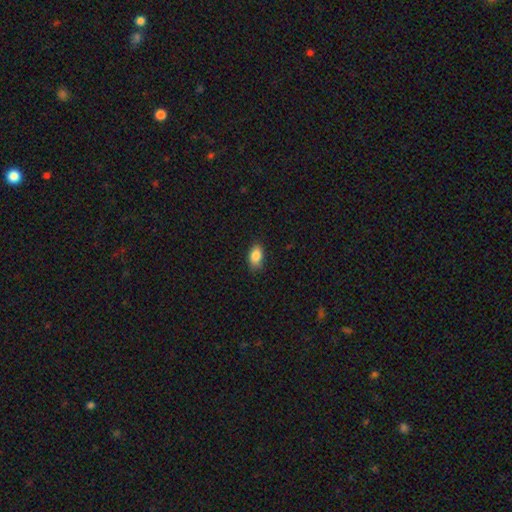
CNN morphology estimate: This is clearly a smooth galaxy (87%). How rounded: clearly in between (89%). Merging: clearly none (82%).